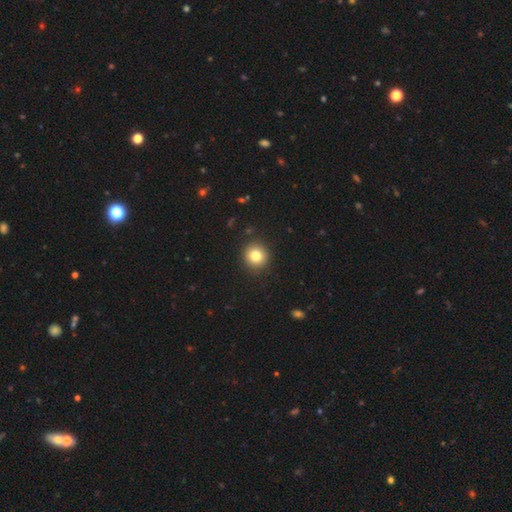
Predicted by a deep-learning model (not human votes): smooth_or_featured: smooth (p=0.80) [alt: star or artifact p=0.11]
how_rounded: round (p=0.94) [alt: in between p=0.06]
merging: none (p=0.92) [alt: minor disturbance p=0.05]